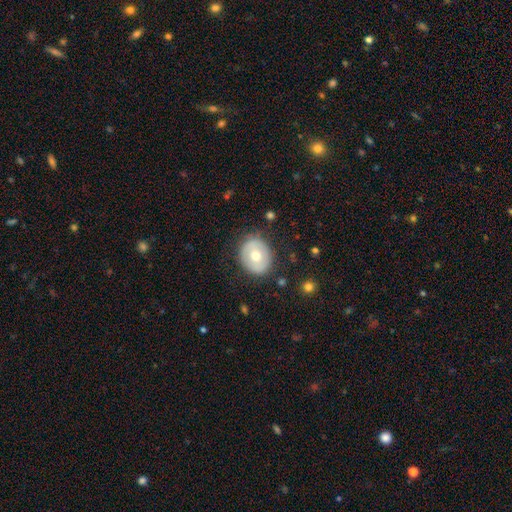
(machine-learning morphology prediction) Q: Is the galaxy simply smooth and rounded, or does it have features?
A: smooth — 55%.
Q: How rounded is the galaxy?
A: round — 59%.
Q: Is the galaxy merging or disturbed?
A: none — 81%.